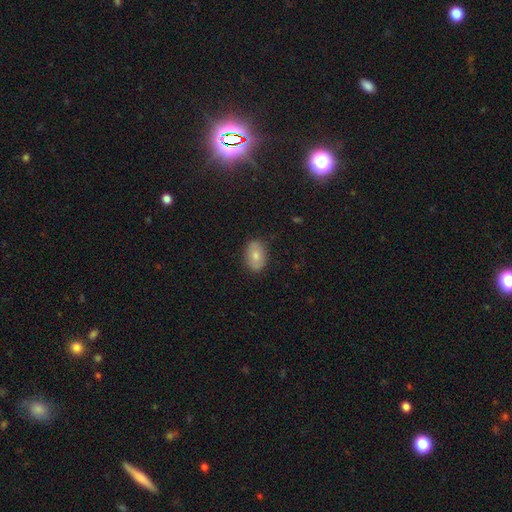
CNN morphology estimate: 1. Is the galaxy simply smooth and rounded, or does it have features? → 76% smooth, 17% featured or disk, 7% star or artifact.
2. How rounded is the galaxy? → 83% in between, 16% round, 1% cigar-shaped.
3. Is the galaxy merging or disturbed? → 84% none, 12% minor disturbance, 3% major disturbance, 1% merger.